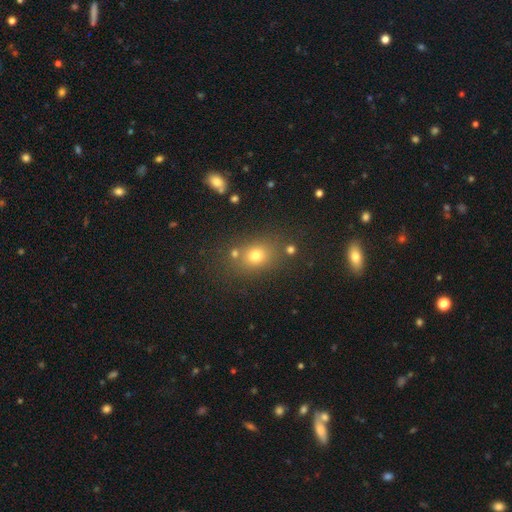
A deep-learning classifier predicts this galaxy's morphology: The model was most divided on "how rounded": round: 50%, in between: 49%, cigar-shaped: 2%. More confident: merging — none (74%); smooth or featured — smooth (70%).